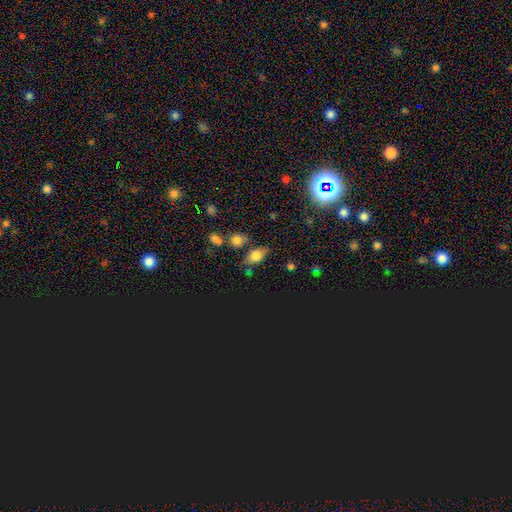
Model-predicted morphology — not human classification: A smooth galaxy with no disk features (70%) that is in between round and cigar-shaped (77%).

Vote fractions:
- Smooth or featured? smooth: 70% / star or artifact: 17% / featured or disk: 13%
- How rounded? in between: 77% / round: 19% / cigar-shaped: 5%
- Merging? none: 64% / minor disturbance: 19% / merger: 10% / major disturbance: 6%